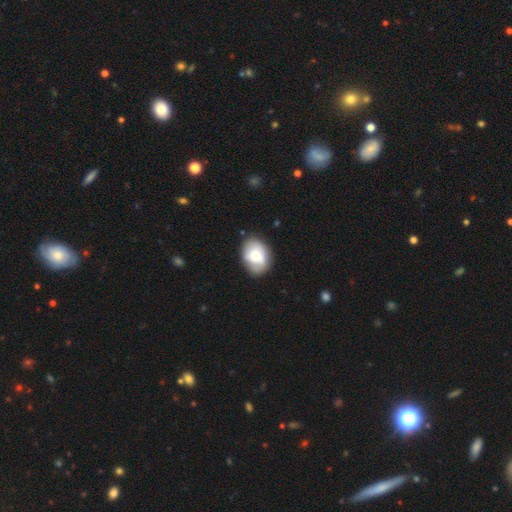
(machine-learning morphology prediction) smooth 67%, featured or disk 27%, star or artifact 7%. Down the decision tree: how rounded — in between (71%); merging — none (74%).